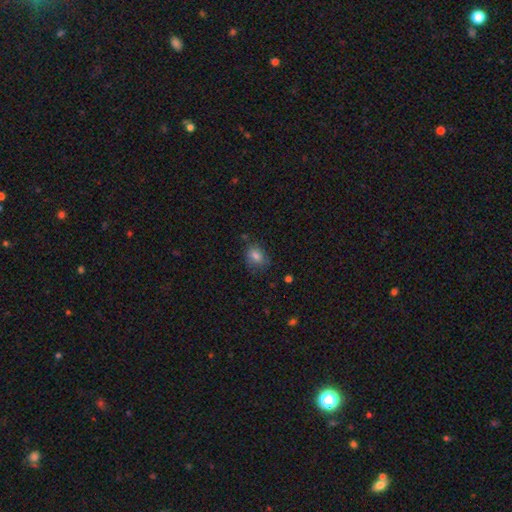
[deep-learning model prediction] A smooth galaxy with no disk features (78%) that is in between round and cigar-shaped (63%). Merging: none (68%).